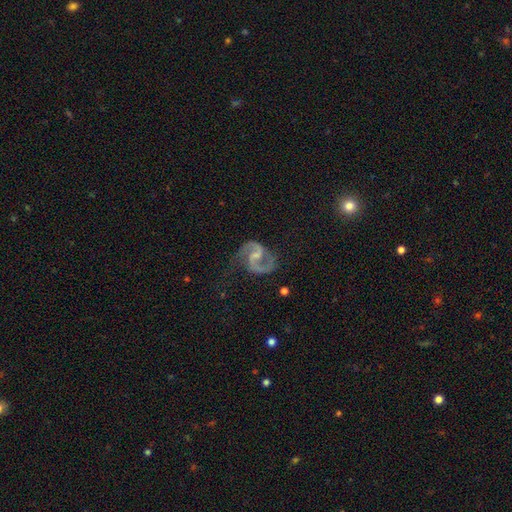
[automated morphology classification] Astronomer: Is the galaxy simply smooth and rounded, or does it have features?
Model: featured or disk — 91%.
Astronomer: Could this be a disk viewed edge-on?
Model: no — 98%.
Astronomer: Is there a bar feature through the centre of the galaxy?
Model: weak — 52% (runner-up: no, 28%).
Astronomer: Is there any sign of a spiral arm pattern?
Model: yes — 98%.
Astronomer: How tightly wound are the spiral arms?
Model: medium — 56% (runner-up: loose, 32%).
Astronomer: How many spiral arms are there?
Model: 2 — 94%.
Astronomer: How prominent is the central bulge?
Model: small — 44% (runner-up: none, 31%).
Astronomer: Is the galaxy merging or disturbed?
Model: none — 68%.